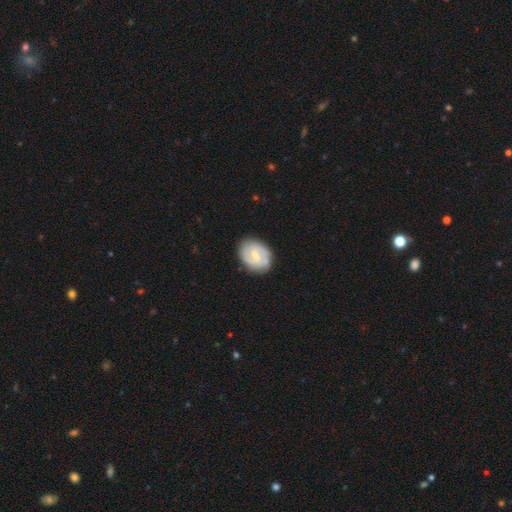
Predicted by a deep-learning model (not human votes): Smooth or featured?
  - featured or disk: 72% *
  - smooth: 23%
  - star or artifact: 5%
Edge-on disk?
  - no: 98% *
  - yes: 2%
Bar?
  - weak: 60% *
  - no: 21%
  - strong: 19%
Spiral arms?
  - yes: 90% *
  - no: 10%
Spiral winding?
  - medium: 43% *
  - tight: 41%
  - loose: 16%
Spiral arm count?
  - 2: 78% *
  - can't tell: 12%
  - 3: 4%
  - 1: 3%
  - 4: 1%
  - more than 4: 1%
Bulge size?
  - small: 56% *
  - moderate: 32%
  - none: 9%
  - large: 2%
  - dominant: 1%
Merging?
  - none: 81% *
  - minor disturbance: 14%
  - major disturbance: 4%
  - merger: 2%